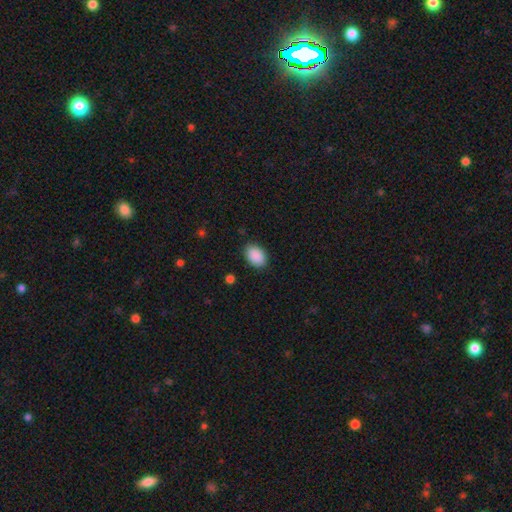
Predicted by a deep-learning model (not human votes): This is clearly a smooth galaxy (91%). How rounded: clearly in between (83%). Merging: clearly none (87%).